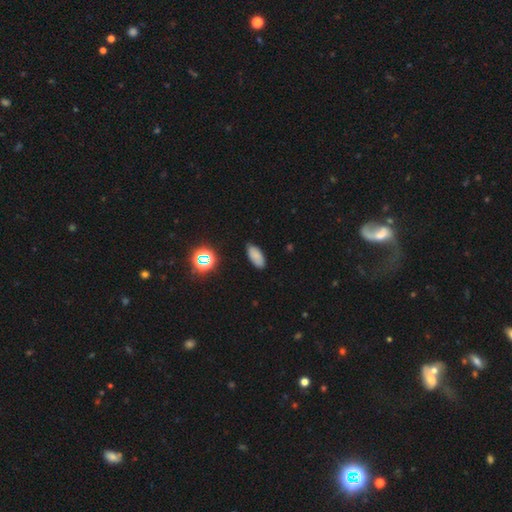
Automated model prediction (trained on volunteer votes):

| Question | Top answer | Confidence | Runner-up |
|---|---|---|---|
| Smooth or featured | smooth | 80% | star or artifact (13%) |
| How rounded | in between | 89% | cigar-shaped (8%) |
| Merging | none | 83% | minor disturbance (13%) |